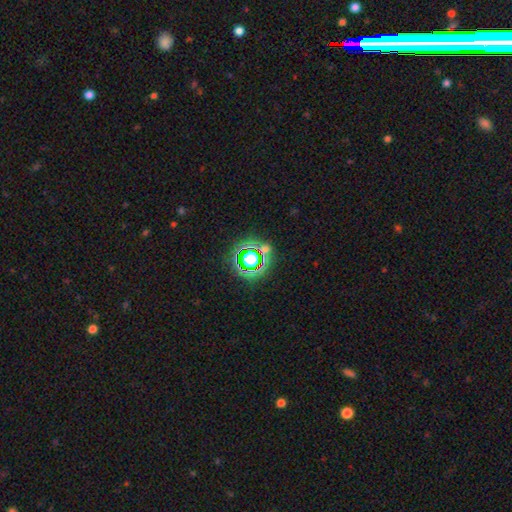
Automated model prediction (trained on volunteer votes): Smooth or featured? Predicted: star or artifact (p=0.69).